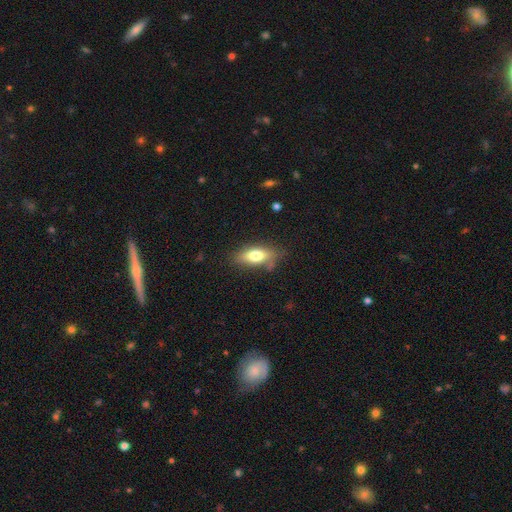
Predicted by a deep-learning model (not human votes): Overall: smooth (72%). How rounded: in between (78%). Merging: none (69%).